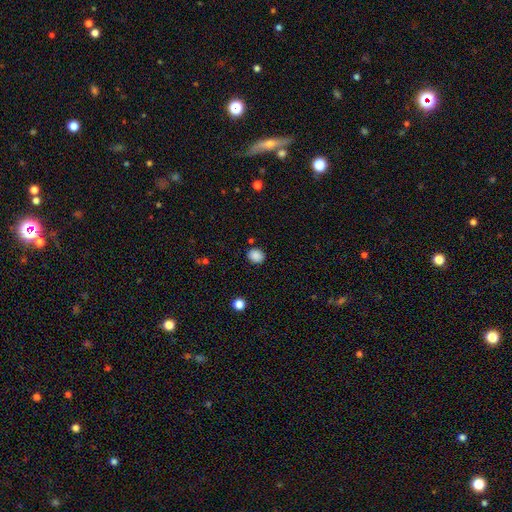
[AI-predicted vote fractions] smooth-or-featured: smooth: 87% | star or artifact: 10% | featured or disk: 3%
  how-rounded: round: 61% | in between: 38% | cigar-shaped: 1%
  merging: none: 85% | minor disturbance: 10% | major disturbance: 3% | merger: 2%